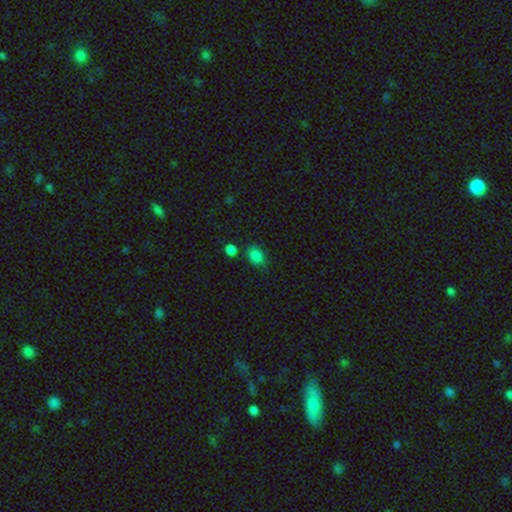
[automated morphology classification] smooth_or_featured: smooth (p=0.84) [alt: star or artifact p=0.12]
how_rounded: in between (p=0.73) [alt: round p=0.25]
merging: none (p=0.70) [alt: minor disturbance p=0.18]